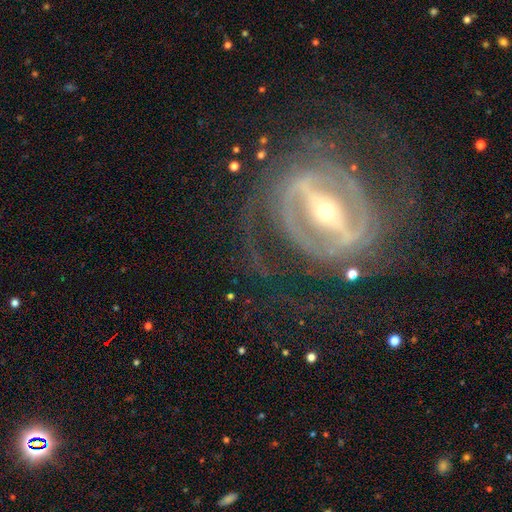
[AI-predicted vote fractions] featured or disk 89%, star or artifact 6%, smooth 5%. Down the decision tree: edge-on disk — no (88%); bar — strong (81%); spiral arms — yes (83%); spiral arm count — 2 (45%); spiral winding — tight (53%); bulge size — small (49%); merging — none (68%).